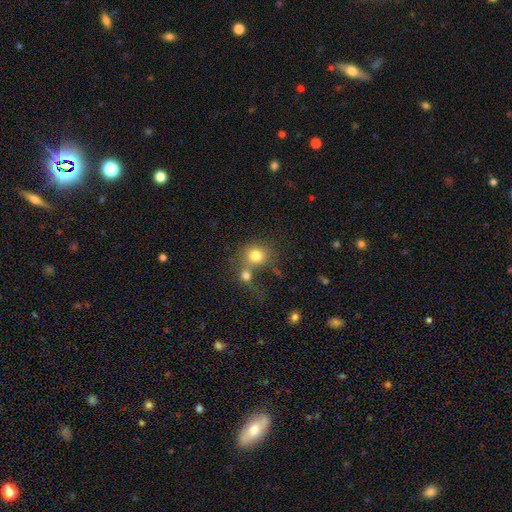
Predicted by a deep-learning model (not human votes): Smooth or featured?
  - smooth: 76% *
  - featured or disk: 12%
  - star or artifact: 12%
How rounded?
  - round: 76% *
  - in between: 23%
  - cigar-shaped: 1%
Merging?
  - merger: 46% *
  - none: 37%
  - minor disturbance: 9%
  - major disturbance: 8%